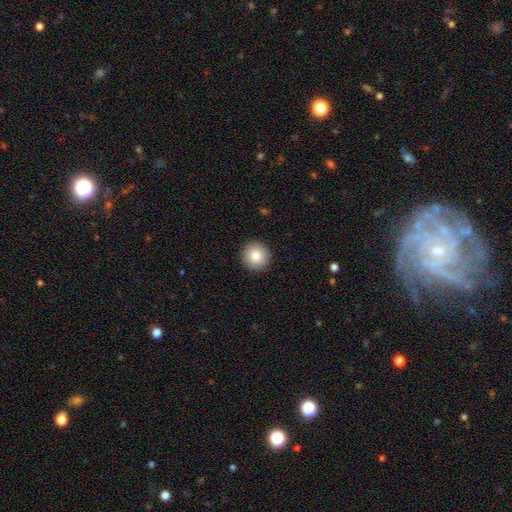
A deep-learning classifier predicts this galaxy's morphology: Smooth or featured?
  - smooth: 82% *
  - star or artifact: 9%
  - featured or disk: 9%
How rounded?
  - round: 96% *
  - in between: 4%
  - cigar-shaped: 1%
Merging?
  - none: 93% *
  - minor disturbance: 5%
  - major disturbance: 2%
  - merger: 1%